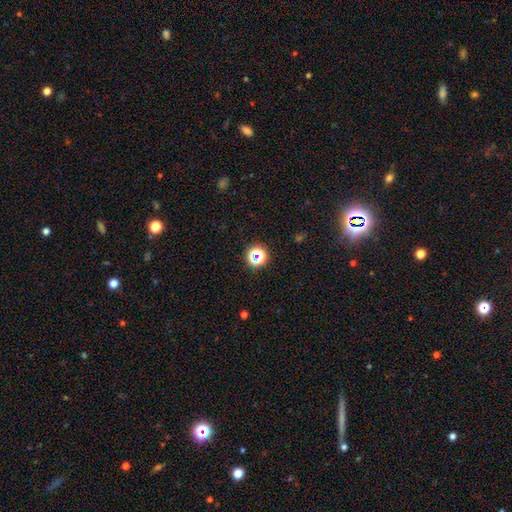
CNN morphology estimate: The model was most divided on "smooth or featured": star or artifact: 52%, smooth: 39%, featured or disk: 9%.